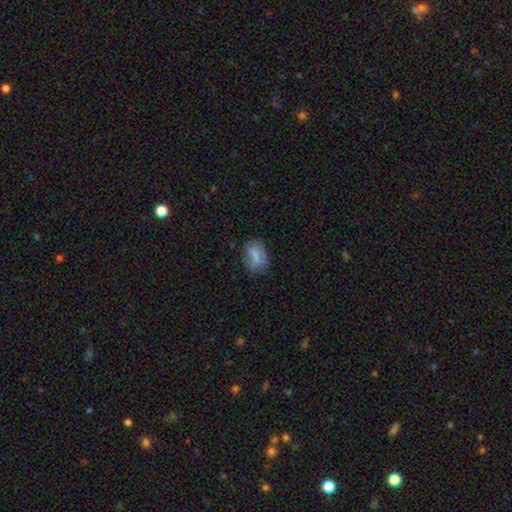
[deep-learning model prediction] smooth-or-featured: smooth: 72% | featured or disk: 18% | star or artifact: 9%
  how-rounded: in between: 82% | round: 16% | cigar-shaped: 2%
  merging: none: 59% | minor disturbance: 27% | major disturbance: 11% | merger: 2%